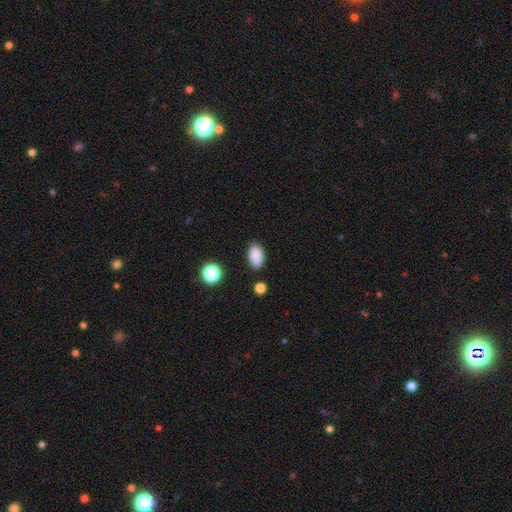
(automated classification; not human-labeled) The model was most divided on "merging": none: 82%, minor disturbance: 13%, major disturbance: 3%, merger: 2%. More confident: how rounded — in between (91%); smooth or featured — smooth (87%).